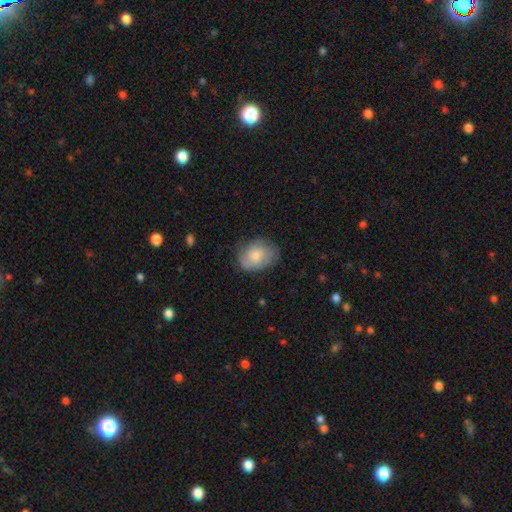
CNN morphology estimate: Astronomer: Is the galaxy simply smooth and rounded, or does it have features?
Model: smooth — 63%.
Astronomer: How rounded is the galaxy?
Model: in between — 64%.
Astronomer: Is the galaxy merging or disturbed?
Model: none — 69%.